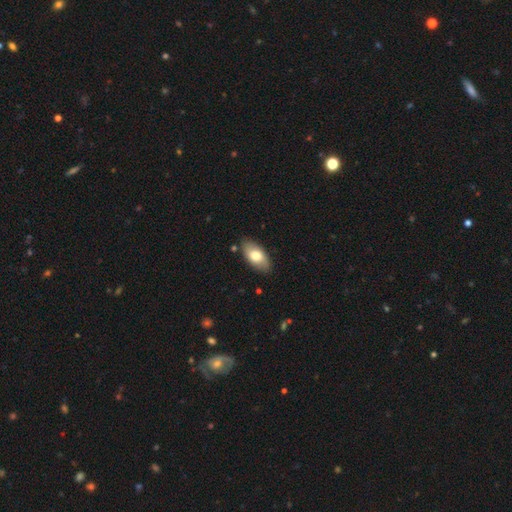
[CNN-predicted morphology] type=smooth (73%); roundness=in between (93%); merging=none (84%).